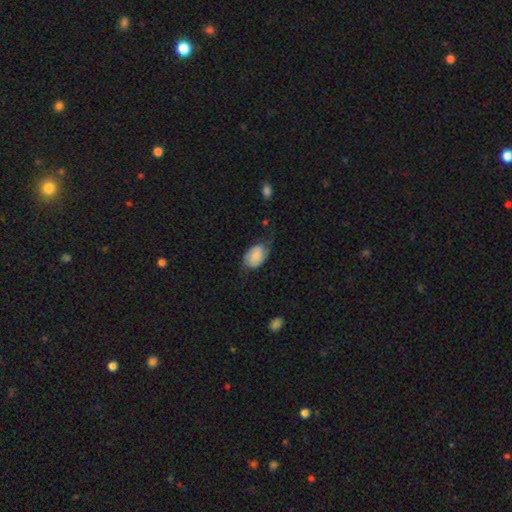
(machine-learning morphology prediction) Smooth or featured?
  - smooth: 70% *
  - featured or disk: 22%
  - star or artifact: 7%
How rounded?
  - in between: 88% *
  - round: 11%
  - cigar-shaped: 1%
Merging?
  - none: 46% *
  - minor disturbance: 36%
  - major disturbance: 16%
  - merger: 2%